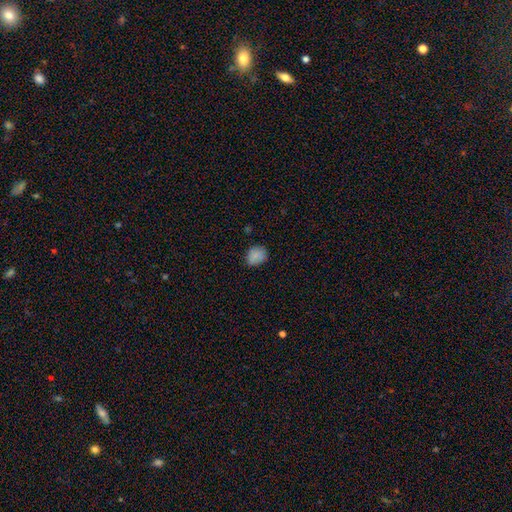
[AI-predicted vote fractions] smooth_or_featured: smooth (p=0.85) [alt: star or artifact p=0.10]
how_rounded: round (p=0.66) [alt: in between p=0.33]
merging: none (p=0.75) [alt: minor disturbance p=0.20]